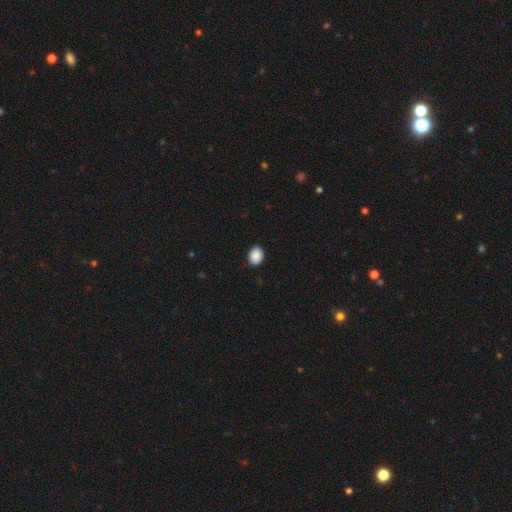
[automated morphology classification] Overall: smooth (88%). How rounded: in between (52%; round 47%). Merging: none (90%).